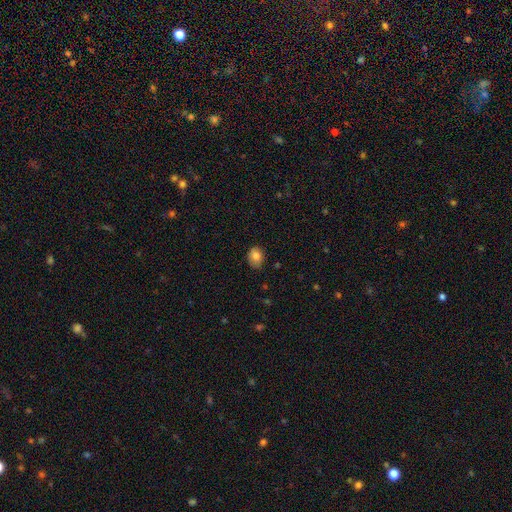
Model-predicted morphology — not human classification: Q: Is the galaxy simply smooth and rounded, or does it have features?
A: smooth — 82%.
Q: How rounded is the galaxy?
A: in between — 60%.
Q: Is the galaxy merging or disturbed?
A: none — 73%.